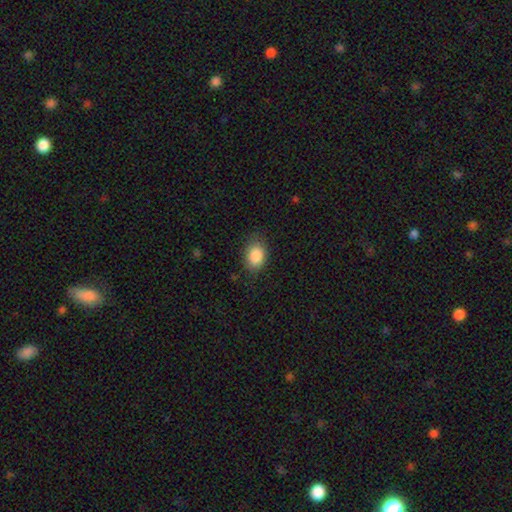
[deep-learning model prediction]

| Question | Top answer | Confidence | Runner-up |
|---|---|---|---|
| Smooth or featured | smooth | 88% | star or artifact (8%) |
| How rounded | in between | 79% | round (19%) |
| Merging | none | 79% | minor disturbance (16%) |